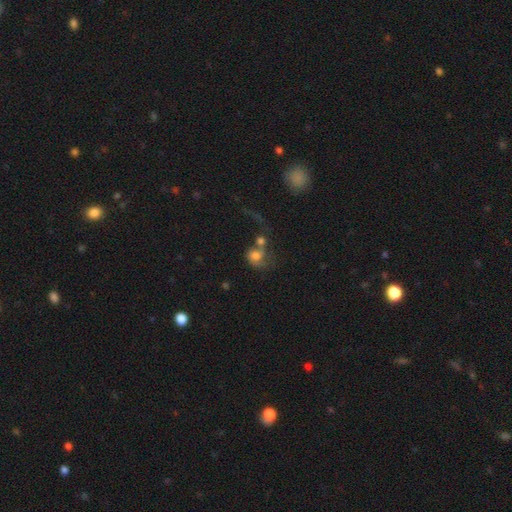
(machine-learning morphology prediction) Smooth or featured? Predicted: smooth (p=0.58). How rounded? Predicted: round (p=0.56). Merging? Predicted: merger (p=0.59).